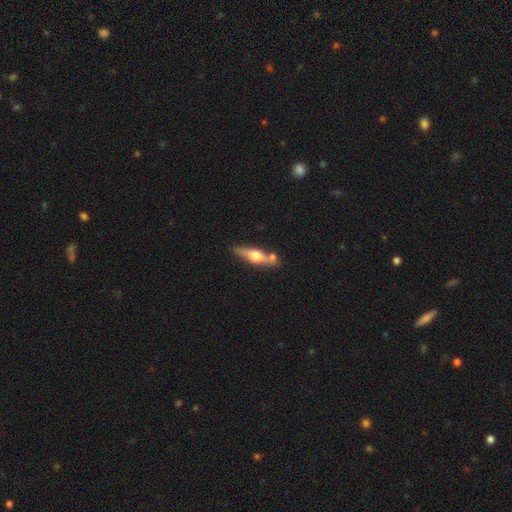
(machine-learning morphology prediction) The model was most divided on "smooth or featured": featured or disk: 63%, smooth: 31%, star or artifact: 6%. More confident: edge-on bulge — rounded (94%); edge-on disk — yes (93%); merging — none (67%).